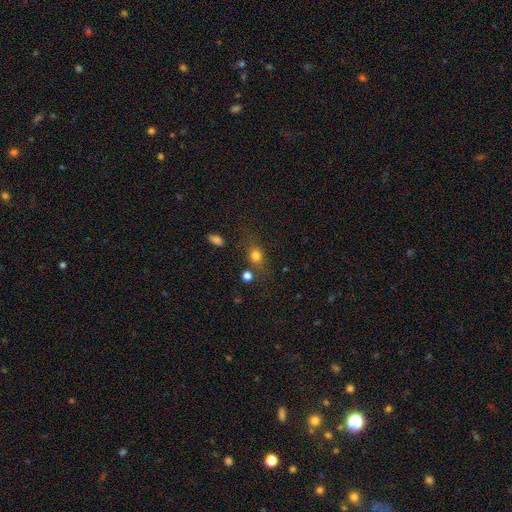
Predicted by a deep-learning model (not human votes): Q: Smooth or featured?
A: smooth (74%); runner-up: star or artifact (14%)
Q: How rounded?
A: round (58%); runner-up: in between (38%)
Q: Merging?
A: none (66%); runner-up: minor disturbance (16%)